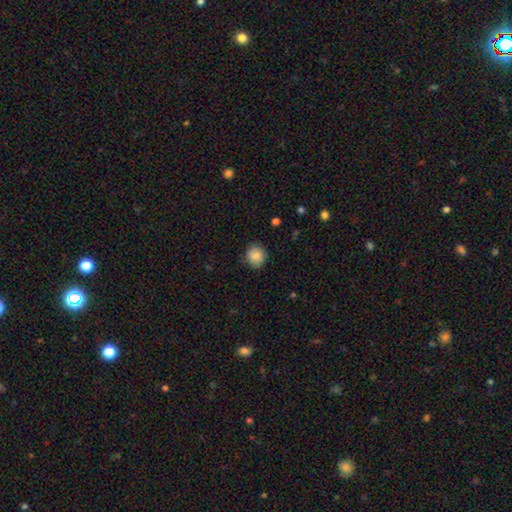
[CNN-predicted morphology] A smooth galaxy with no disk features (85%) that is round (79%). Merging: none (81%).